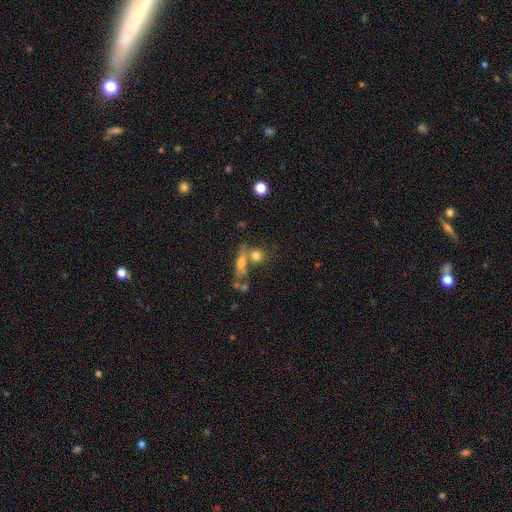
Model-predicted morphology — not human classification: Smooth or featured: smooth — 71% (featured or disk — 18%)
How rounded: round — 72% (in between — 20%)
Merging: none — 51% (merger — 32%)